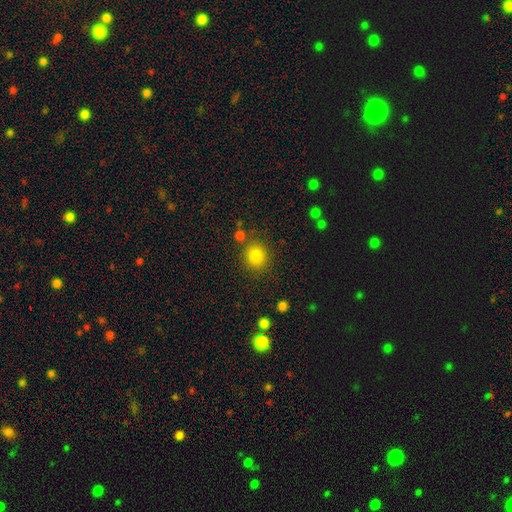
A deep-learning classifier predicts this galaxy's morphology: This appears to be a smooth galaxy with no disk features (83%) that is round (87%). Merging: none (83%).